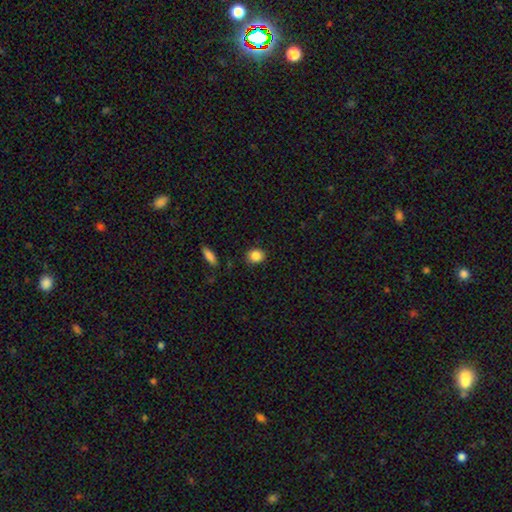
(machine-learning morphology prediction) The model was most divided on "how rounded": round: 72%, in between: 27%, cigar-shaped: 1%. More confident: merging — none (87%); smooth or featured — smooth (86%).